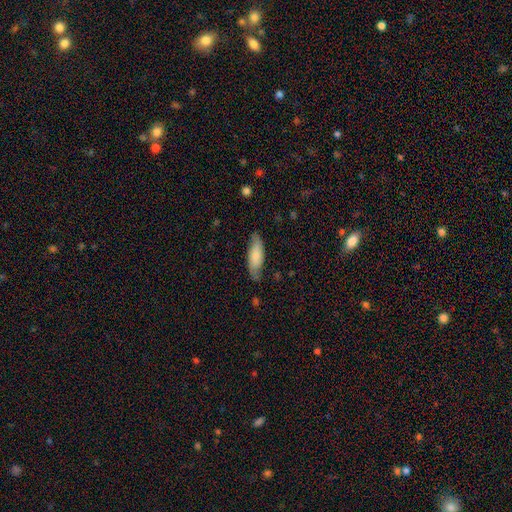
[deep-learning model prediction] Smooth or featured?
  - smooth: 75% *
  - featured or disk: 19%
  - star or artifact: 6%
How rounded?
  - in between: 58% *
  - cigar-shaped: 40%
  - round: 2%
Merging?
  - none: 75% *
  - minor disturbance: 20%
  - major disturbance: 4%
  - merger: 1%